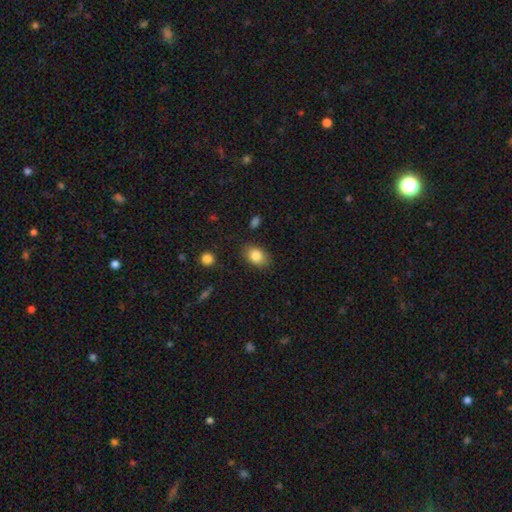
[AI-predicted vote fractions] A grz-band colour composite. It shows a smooth galaxy with no disk features (83%) that is in between round and cigar-shaped (77%). Merging: none (82%).